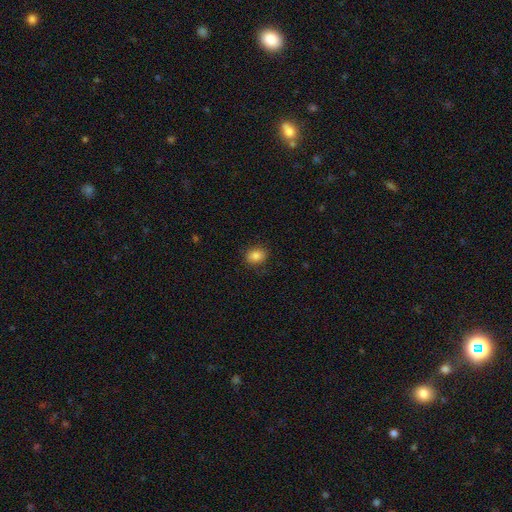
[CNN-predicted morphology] Overall: smooth (83%). How rounded: in between (57%; round 41%). Merging: none (85%).